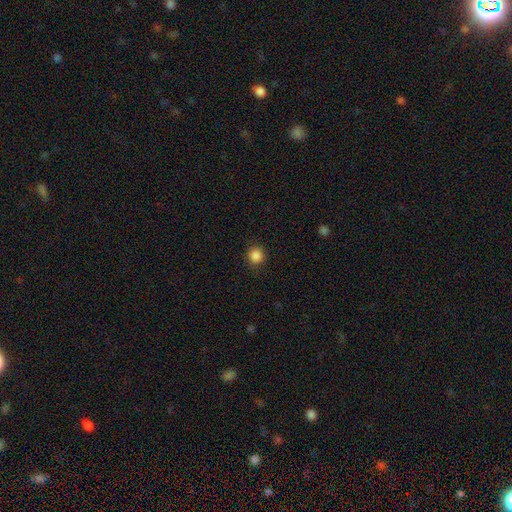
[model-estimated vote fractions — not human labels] A smooth galaxy with no disk features (87%) that is round (91%).

Vote fractions:
- Smooth or featured? smooth: 87% / star or artifact: 11% / featured or disk: 3%
- How rounded? round: 91% / in between: 9% / cigar-shaped: 1%
- Merging? none: 90% / minor disturbance: 7% / major disturbance: 2% / merger: 1%